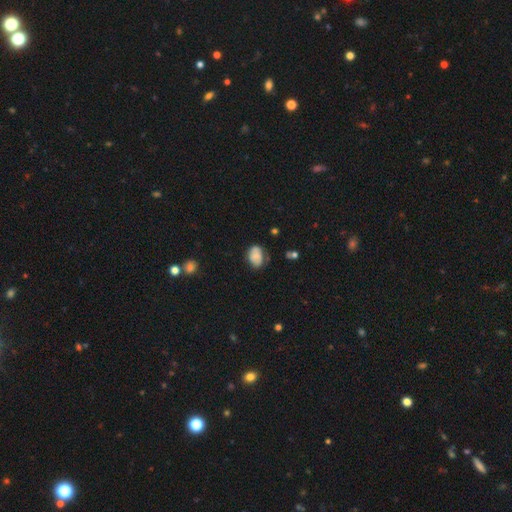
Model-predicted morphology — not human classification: The model was most divided on "merging": none: 61%, minor disturbance: 28%, major disturbance: 8%, merger: 3%. More confident: how rounded — in between (77%); smooth or featured — smooth (71%).